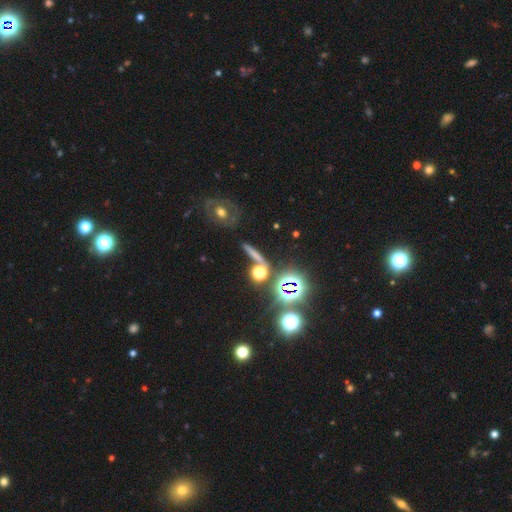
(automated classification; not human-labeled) Smooth or featured? Predicted: smooth (p=0.49). Merging? Predicted: none (p=0.69).